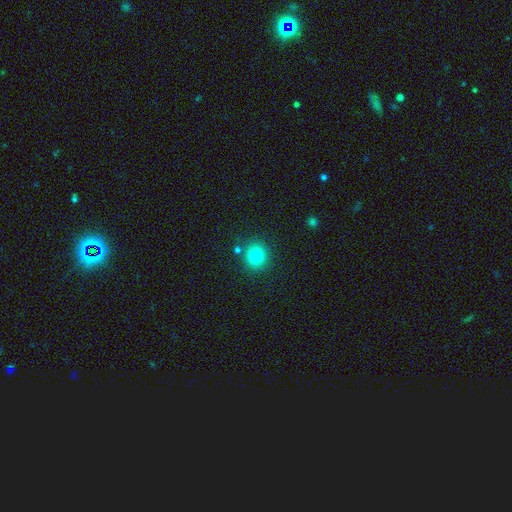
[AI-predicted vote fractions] Q: Smooth or featured?
A: smooth (80%); runner-up: star or artifact (13%)
Q: How rounded?
A: round (88%); runner-up: in between (11%)
Q: Merging?
A: none (84%); runner-up: minor disturbance (8%)